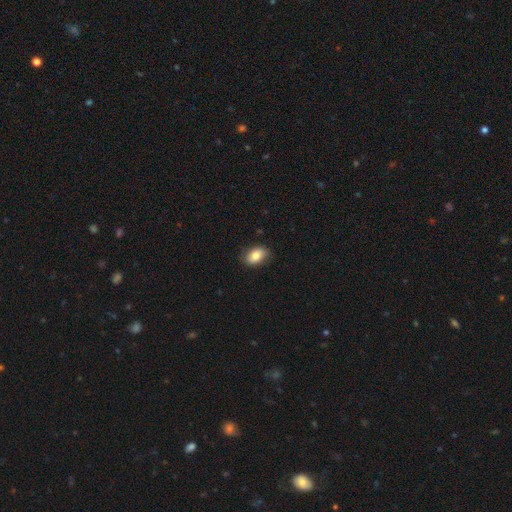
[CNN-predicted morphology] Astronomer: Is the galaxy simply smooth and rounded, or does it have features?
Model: smooth — 81%.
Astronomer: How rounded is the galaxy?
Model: in between — 83%.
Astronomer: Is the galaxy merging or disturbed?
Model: none — 82%.